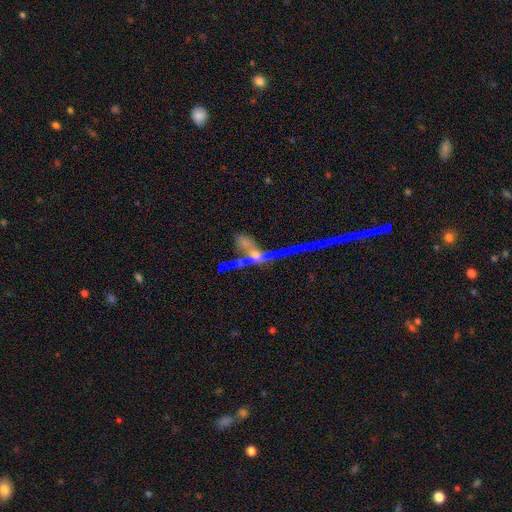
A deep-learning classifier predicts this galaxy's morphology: smooth-or-featured: featured or disk: 51% | smooth: 25% | star or artifact: 24%
  disk-edge-on: no: 55% | yes: 45%
  merging: merger: 44% | none: 28% | major disturbance: 17% | minor disturbance: 10%